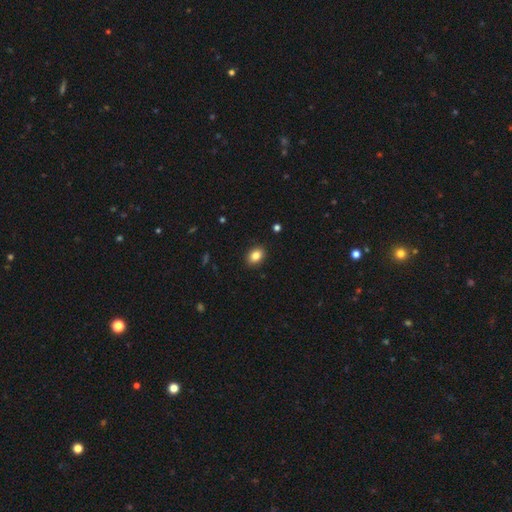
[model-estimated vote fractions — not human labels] Morphology: type=smooth (85%); roundness=in between (72%); merging=none (90%).